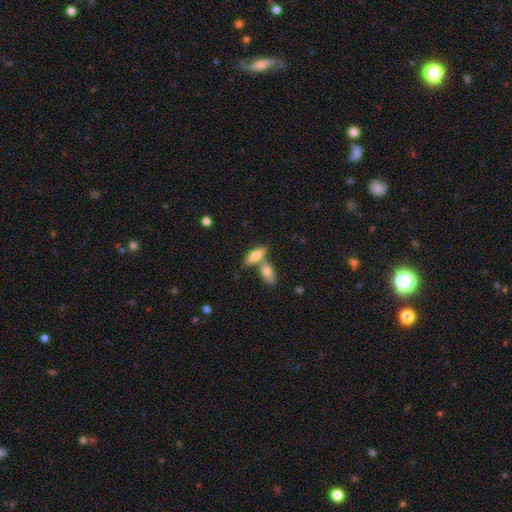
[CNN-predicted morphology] Smooth or featured? Predicted: smooth (p=0.64). How rounded? Predicted: in between (p=0.60). Merging? Predicted: none (p=0.44, tied with merger).